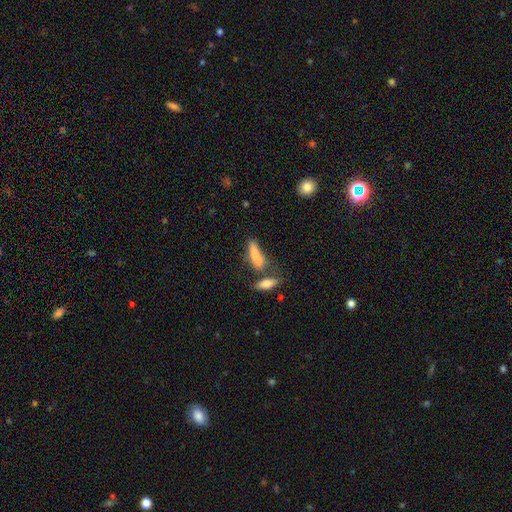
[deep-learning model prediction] smooth 77%, featured or disk 15%, star or artifact 8%. Down the decision tree: how rounded — cigar-shaped (50%); merging — none (41%).